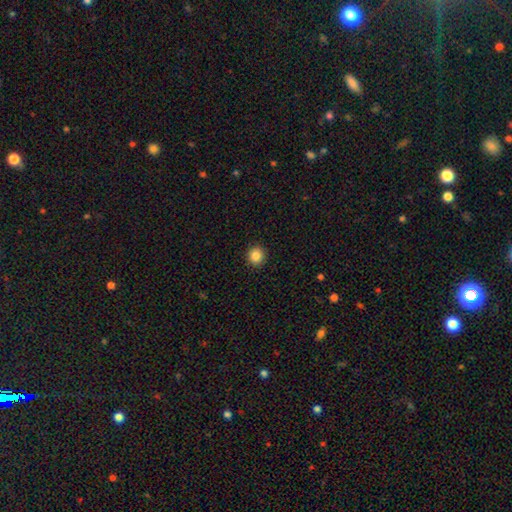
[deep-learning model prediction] A smooth galaxy with no disk features (86%) that is round (91%). Merging: none (92%).